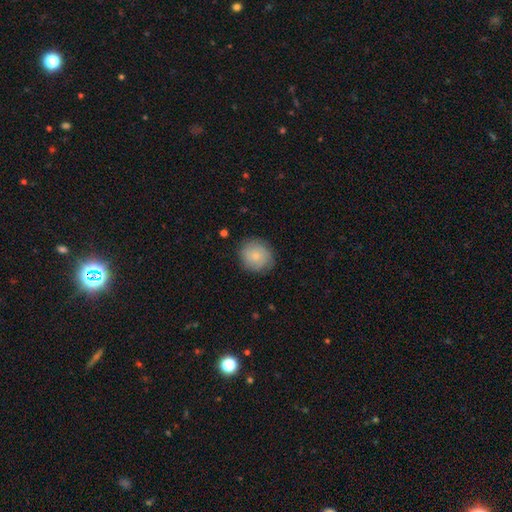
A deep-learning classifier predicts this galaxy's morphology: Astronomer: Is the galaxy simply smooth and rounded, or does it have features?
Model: smooth — 70%.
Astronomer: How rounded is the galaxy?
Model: round — 86%.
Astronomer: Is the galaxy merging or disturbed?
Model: none — 82%.